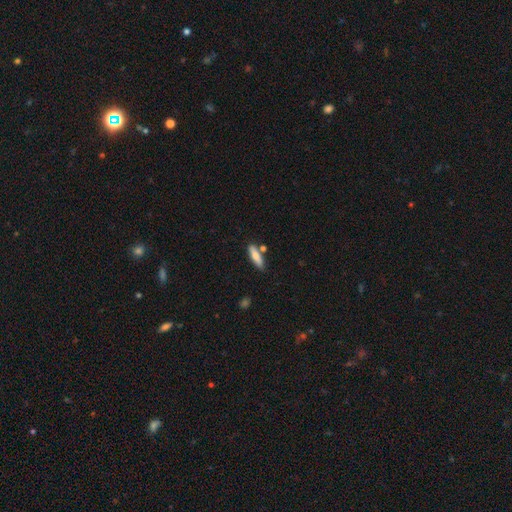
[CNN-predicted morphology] Smooth or featured: smooth — 72% (featured or disk — 22%)
How rounded: cigar-shaped — 66% (in between — 32%)
Merging: none — 75% (minor disturbance — 13%)